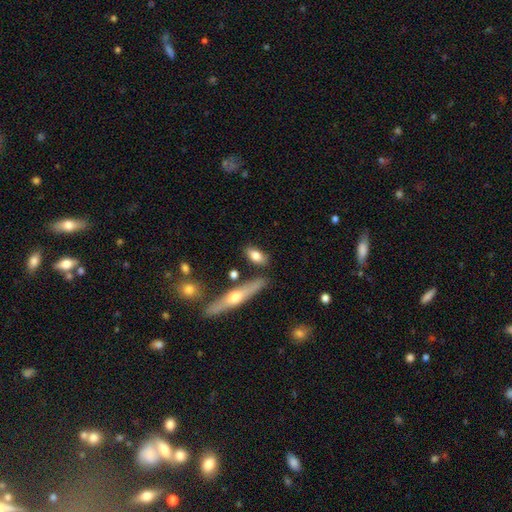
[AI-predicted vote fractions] Smooth or featured? Predicted: smooth (p=0.72). How rounded? Predicted: in between (p=0.76). Merging? Predicted: none (p=0.74).